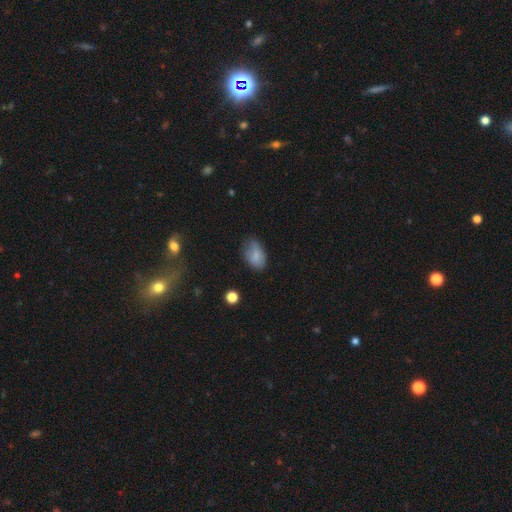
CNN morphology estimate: Smooth or featured?
  - smooth: 79% *
  - featured or disk: 11%
  - star or artifact: 9%
How rounded?
  - in between: 87% *
  - round: 11%
  - cigar-shaped: 2%
Merging?
  - none: 59% *
  - minor disturbance: 31%
  - major disturbance: 9%
  - merger: 2%